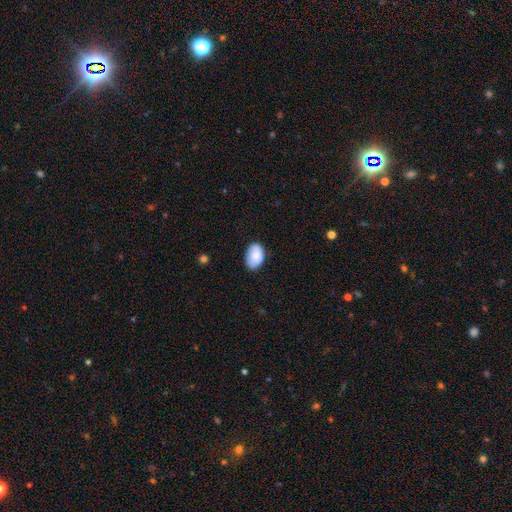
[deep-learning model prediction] The model was most divided on "merging": none: 77%, minor disturbance: 19%, major disturbance: 3%, merger: 1%. More confident: how rounded — in between (89%); smooth or featured — smooth (84%).